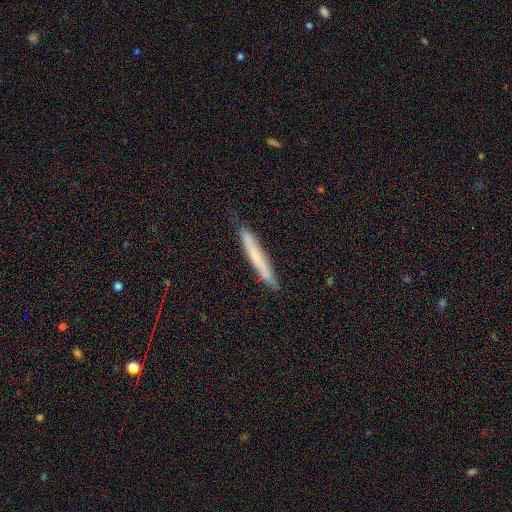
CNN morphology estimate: Smooth or featured: smooth — 63% (featured or disk — 31%)
How rounded: cigar-shaped — 96% (in between — 3%)
Merging: none — 82% (minor disturbance — 14%)